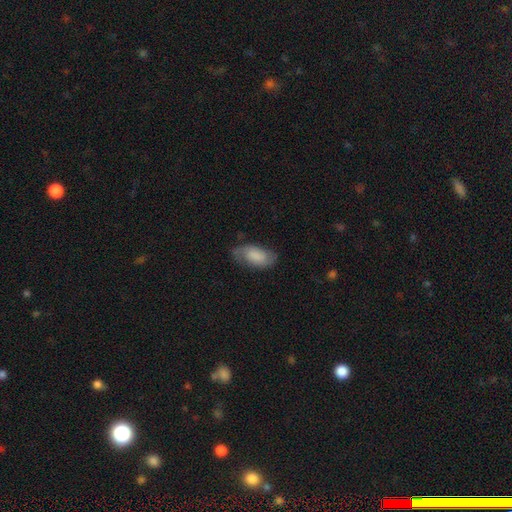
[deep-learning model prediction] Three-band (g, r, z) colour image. It shows a smooth galaxy with no disk features (69%) that is in between round and cigar-shaped (93%). Merging: none (66%).